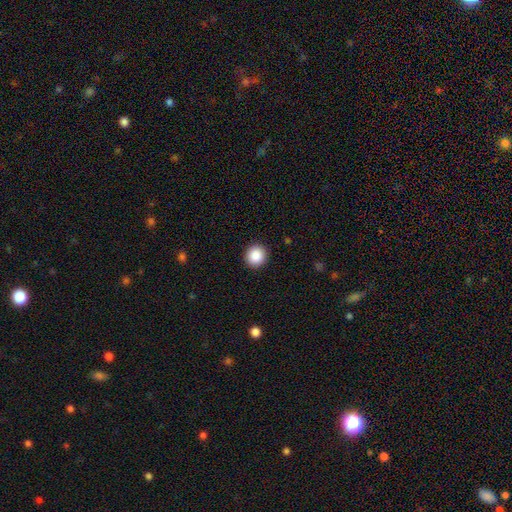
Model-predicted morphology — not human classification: A smooth galaxy with no disk features (88%) that is round (93%). Merging: none (92%).